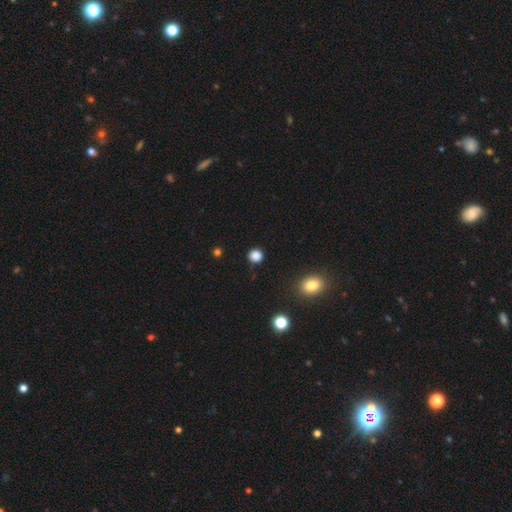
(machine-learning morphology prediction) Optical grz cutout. It shows a smooth galaxy with no disk features (84%) that is round (90%). Merging: none (89%).